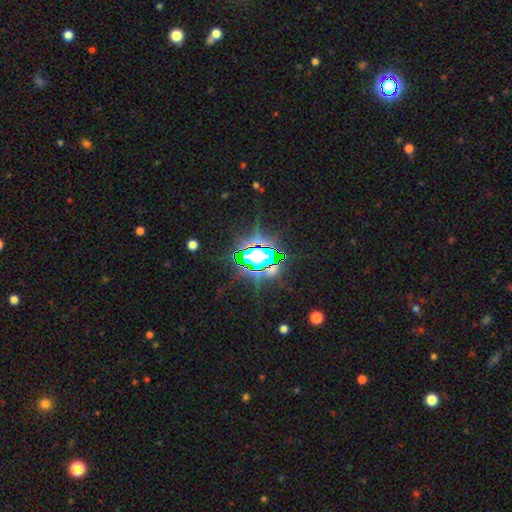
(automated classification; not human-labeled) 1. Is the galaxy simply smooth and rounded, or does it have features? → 78% star or artifact, 11% smooth, 11% featured or disk.